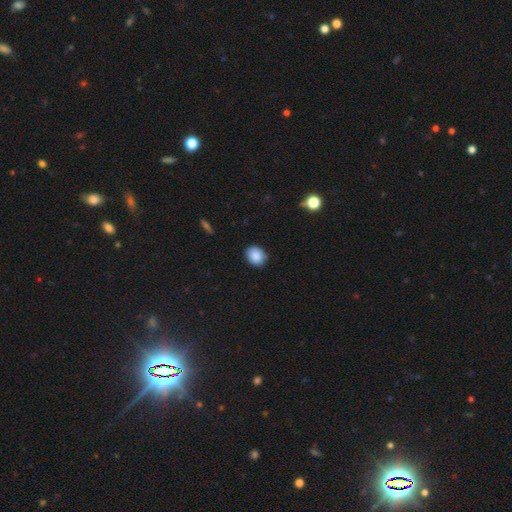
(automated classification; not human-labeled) Overall: smooth (88%). How rounded: round (52%; in between 47%). Merging: none (86%).